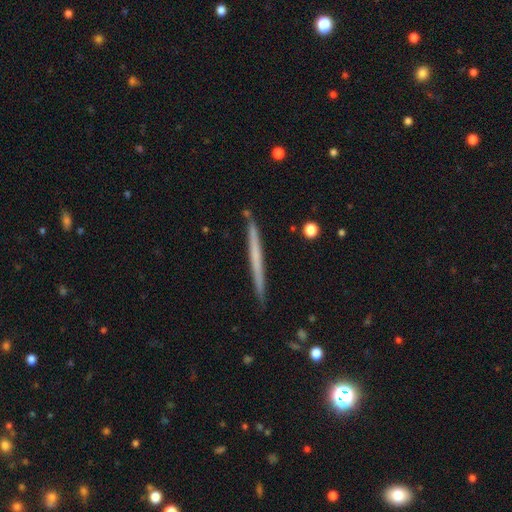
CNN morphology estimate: featured or disk 50%, smooth 43%, star or artifact 6%. Down the decision tree: edge-on disk — yes (97%); merging — none (90%).